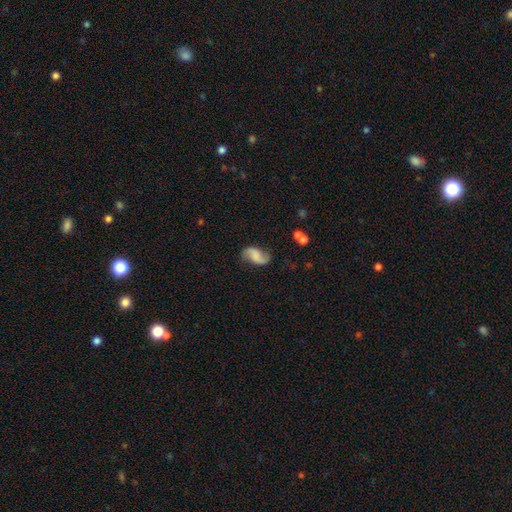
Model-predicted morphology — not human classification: This is likely a featured or disk galaxy (65%). It is clearly not viewed edge-on (97%). Bar: possibly no (48%). Spiral arm pattern: clearly yes (94%). Spiral arm count: clearly 2 (92%). Spiral winding: likely loose (71%). Central bulge: possibly none (54%). Merging: likely none (73%).